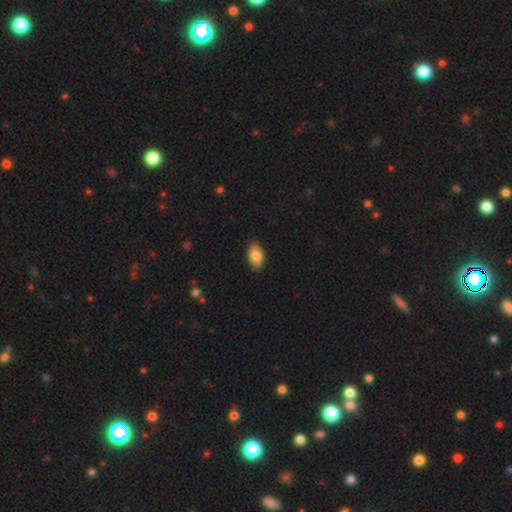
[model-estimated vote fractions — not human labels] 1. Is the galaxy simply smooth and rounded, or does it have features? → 84% smooth, 9% featured or disk, 7% star or artifact.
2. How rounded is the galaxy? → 93% in between, 4% cigar-shaped, 3% round.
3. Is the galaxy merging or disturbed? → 88% none, 9% minor disturbance, 2% major disturbance, 1% merger.